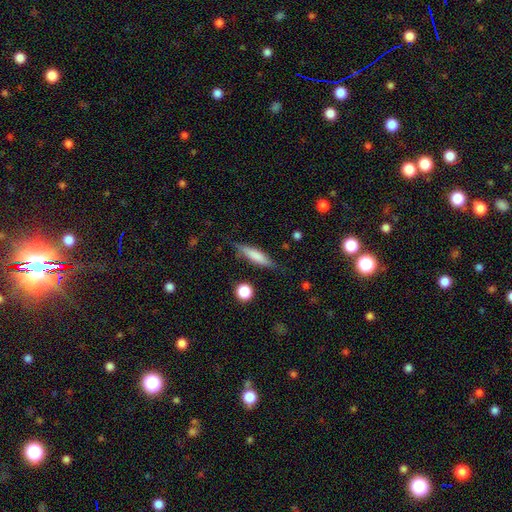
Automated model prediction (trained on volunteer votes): smooth-or-featured: smooth: 67% | featured or disk: 26% | star or artifact: 7%
  how-rounded: cigar-shaped: 76% | in between: 21% | round: 2%
  merging: none: 76% | minor disturbance: 18% | major disturbance: 4% | merger: 3%